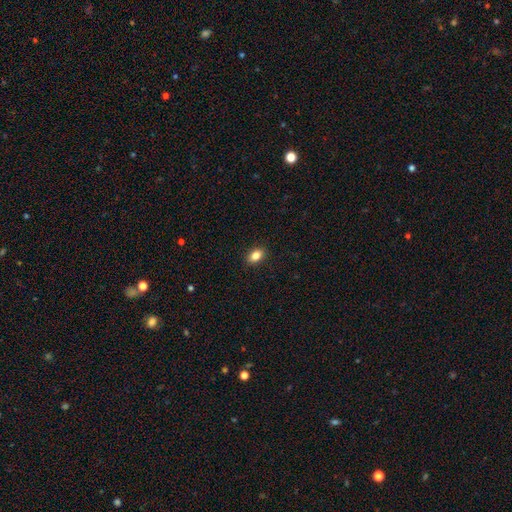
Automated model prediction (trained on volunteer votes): This is clearly a smooth galaxy (85%). How rounded: clearly in between (84%). Merging: clearly none (90%).